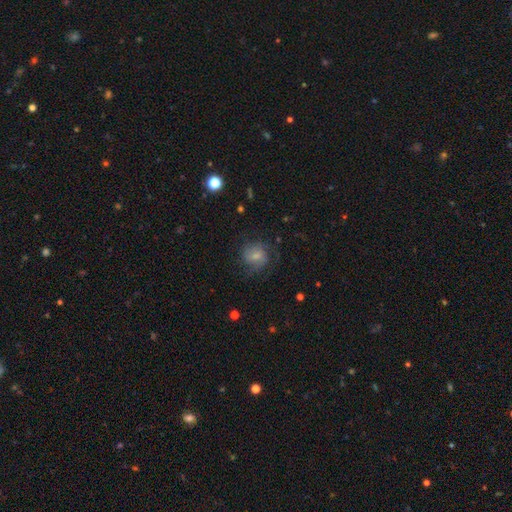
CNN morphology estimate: The model was most divided on "smooth or featured": smooth: 55%, featured or disk: 36%, star or artifact: 9%. More confident: how rounded — round (74%); merging — none (60%).